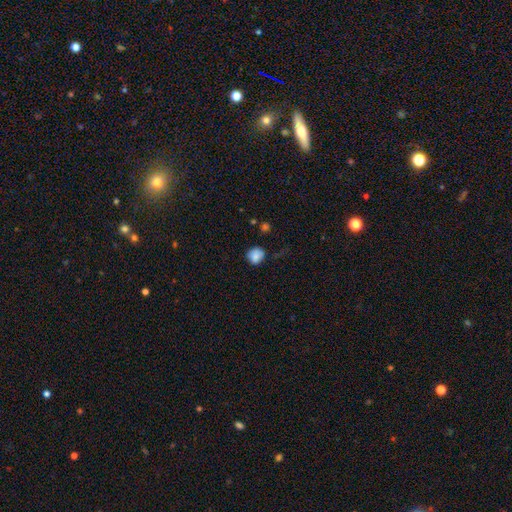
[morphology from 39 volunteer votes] A smooth galaxy with no disk features (82%) that is round (66%). Merging: none (69%).